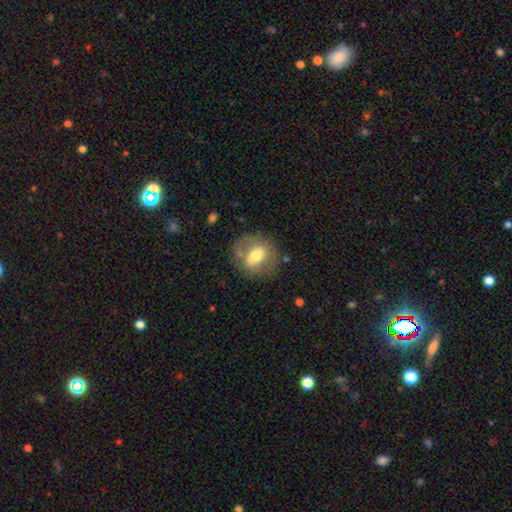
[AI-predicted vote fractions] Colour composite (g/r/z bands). It shows a smooth galaxy with no disk features (48%). Merging: none (71%).